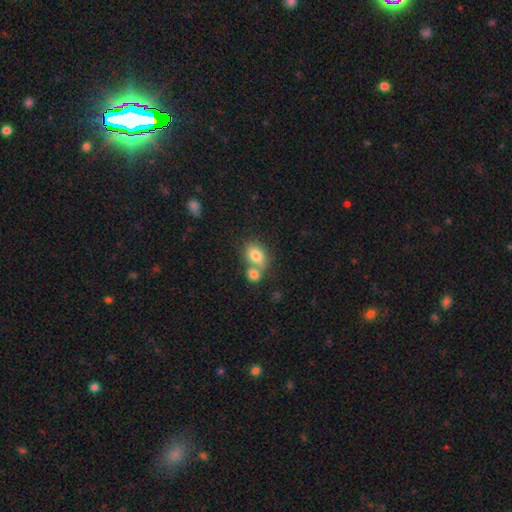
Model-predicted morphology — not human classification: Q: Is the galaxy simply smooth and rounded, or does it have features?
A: smooth — 79%.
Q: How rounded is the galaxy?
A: in between — 64%.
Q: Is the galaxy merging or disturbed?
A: merger — 48%.